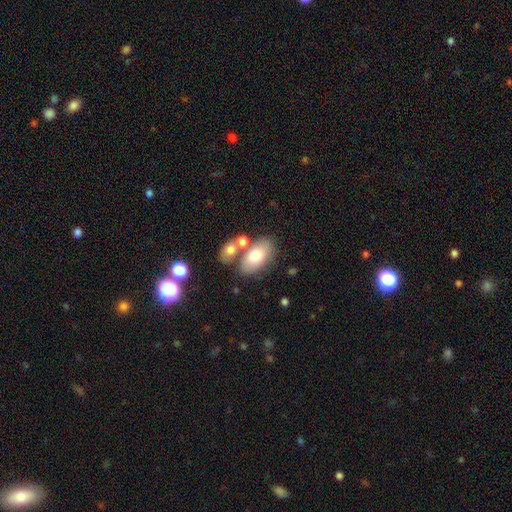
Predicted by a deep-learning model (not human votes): Smooth or featured?
  - smooth: 73% *
  - featured or disk: 20%
  - star or artifact: 7%
How rounded?
  - in between: 92% *
  - round: 6%
  - cigar-shaped: 2%
Merging?
  - none: 56% *
  - merger: 25%
  - minor disturbance: 14%
  - major disturbance: 5%